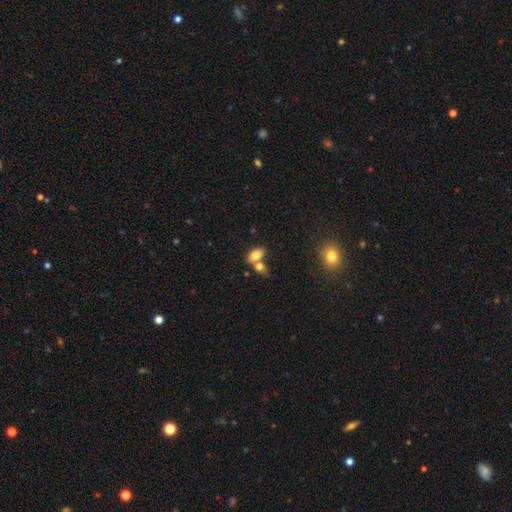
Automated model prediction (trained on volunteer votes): Smooth or featured: smooth — 78% (featured or disk — 13%)
How rounded: in between — 89% (round — 7%)
Merging: none — 43% (tied with merger — 43%)